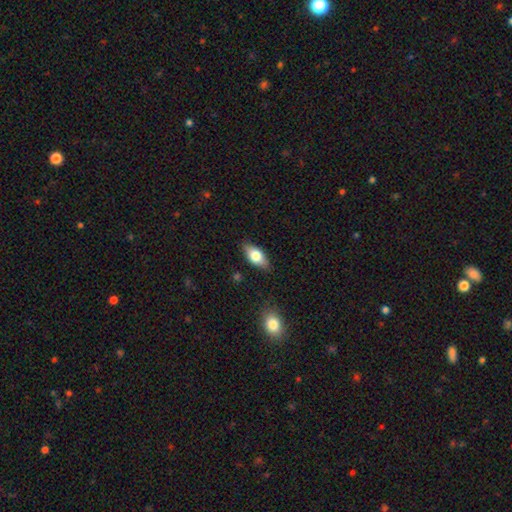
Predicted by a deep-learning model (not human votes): Q: Smooth or featured?
A: smooth (69%); runner-up: featured or disk (23%)
Q: How rounded?
A: in between (86%); runner-up: cigar-shaped (9%)
Q: Merging?
A: none (84%); runner-up: minor disturbance (12%)